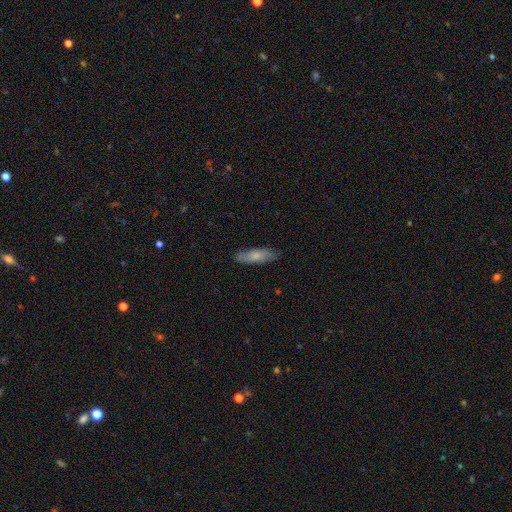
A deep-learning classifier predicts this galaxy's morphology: This appears to be a smooth galaxy with no disk features (70%) that is in between round and cigar-shaped (52%). Merging: none (83%).